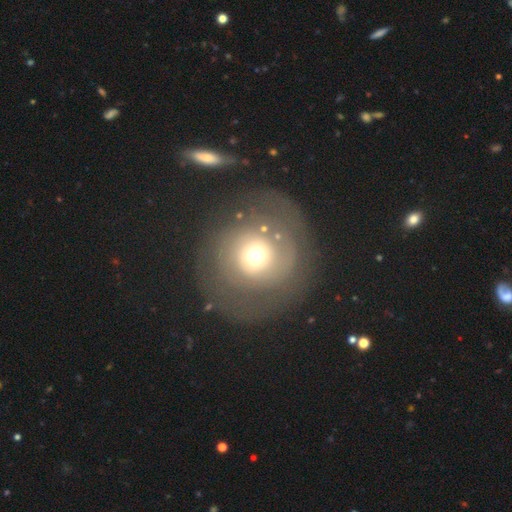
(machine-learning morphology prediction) type=featured or disk (53%); edge-on=no (97%); bar=no (85%); spiral arms=yes (62%); bulge=moderate (58%); merging=none (61%).